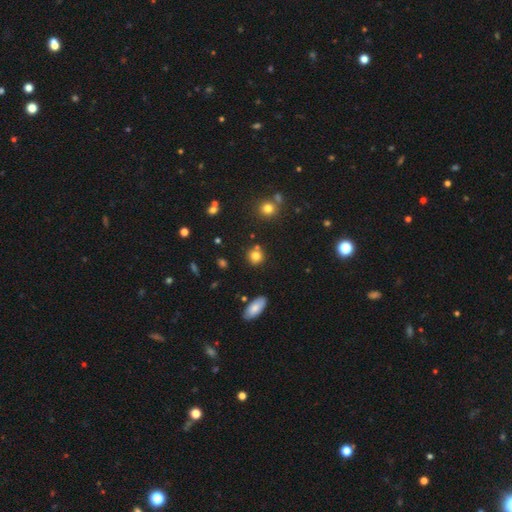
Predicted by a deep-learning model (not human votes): Smooth or featured: smooth — 79% (star or artifact — 13%)
How rounded: round — 87% (in between — 12%)
Merging: none — 78% (merger — 10%)